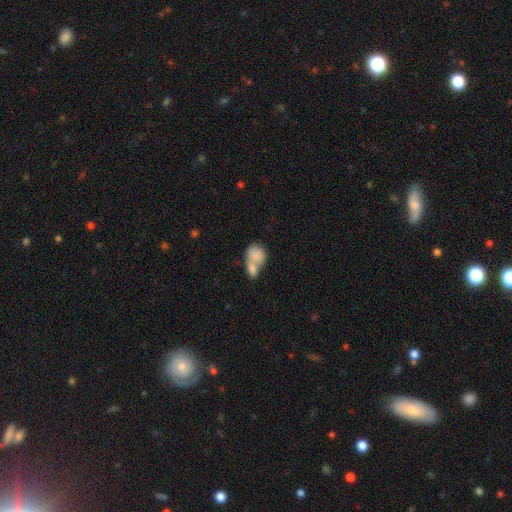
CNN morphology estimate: A smooth galaxy with no disk features (79%) that is in between round and cigar-shaped (66%). Merging: merger (71%).